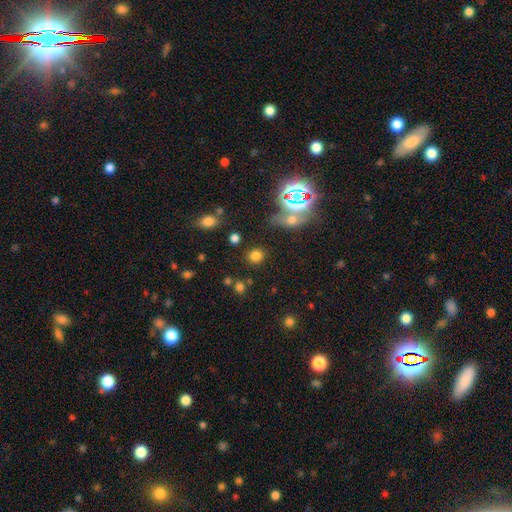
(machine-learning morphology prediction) This is likely a smooth galaxy (75%). How rounded: clearly round (81%). Merging: clearly none (83%).